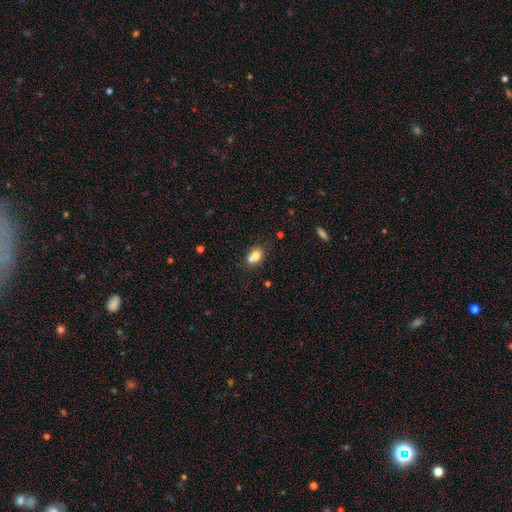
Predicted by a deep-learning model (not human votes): Smooth or featured?
  - smooth: 74% *
  - featured or disk: 15%
  - star or artifact: 11%
How rounded?
  - in between: 56% *
  - round: 43%
  - cigar-shaped: 1%
Merging?
  - merger: 49% *
  - none: 36%
  - minor disturbance: 11%
  - major disturbance: 4%